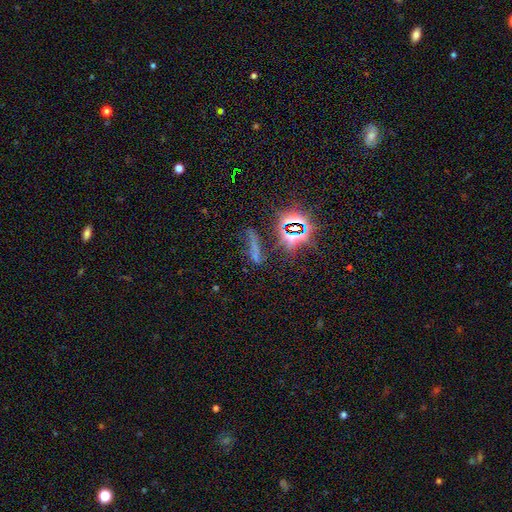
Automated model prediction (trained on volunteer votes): A star or artifact, not a galaxy (53%).